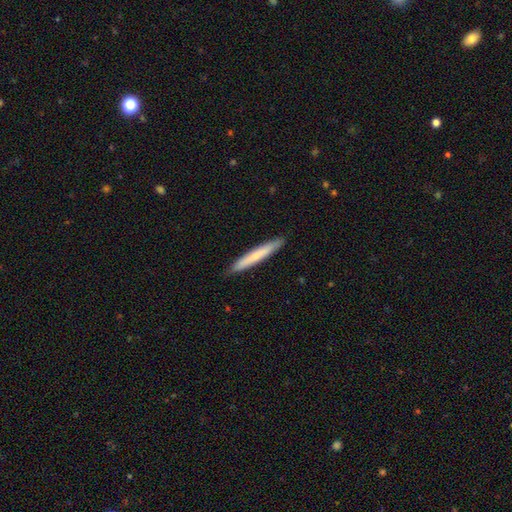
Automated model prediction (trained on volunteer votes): A smooth galaxy with no disk features (65%) that is cigar-shaped (96%). Merging: none (90%).